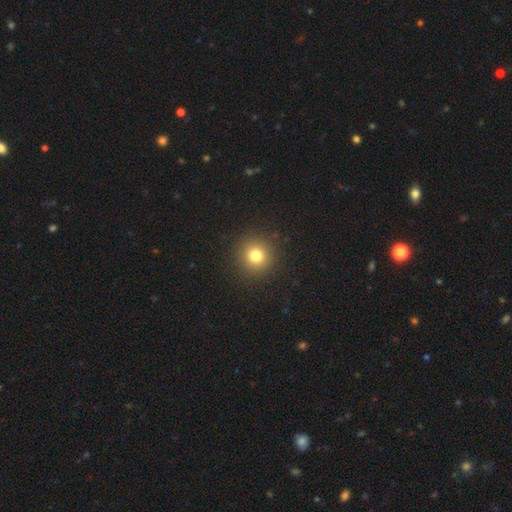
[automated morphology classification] Smooth or featured? smooth (78%)
How rounded? round (94%)
Merging? none (92%)